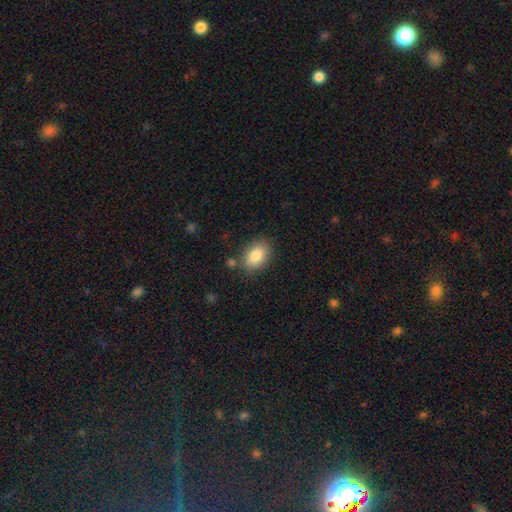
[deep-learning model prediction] smooth-or-featured: smooth: 85% | featured or disk: 8% | star or artifact: 8%
  how-rounded: in between: 85% | round: 13% | cigar-shaped: 1%
  merging: none: 79% | minor disturbance: 13% | merger: 4% | major disturbance: 4%